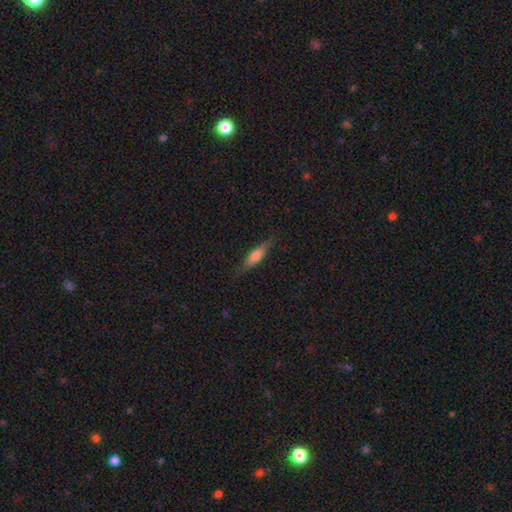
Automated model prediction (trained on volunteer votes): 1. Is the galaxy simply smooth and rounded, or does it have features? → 66% smooth, 28% featured or disk, 7% star or artifact.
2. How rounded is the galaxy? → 59% cigar-shaped, 39% in between, 2% round.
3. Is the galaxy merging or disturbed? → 78% none, 17% minor disturbance, 4% major disturbance, 1% merger.